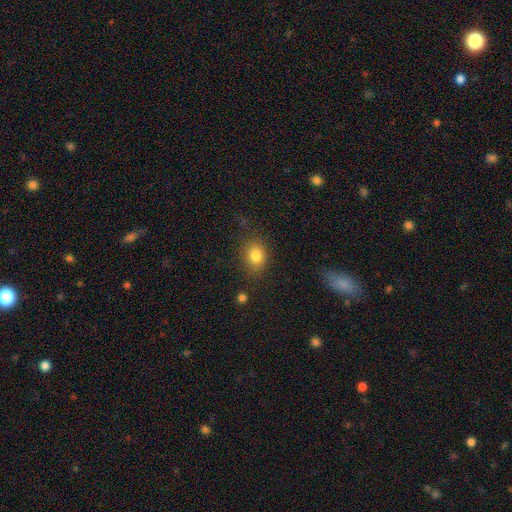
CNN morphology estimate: Smooth or featured: smooth — 81% (star or artifact — 11%)
How rounded: round — 53% (in between — 46%)
Merging: none — 81% (minor disturbance — 13%)